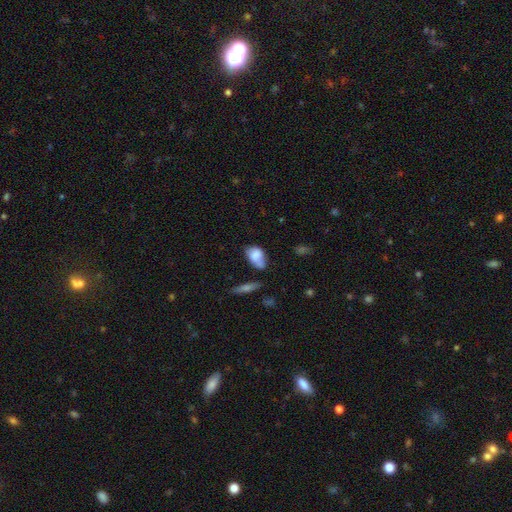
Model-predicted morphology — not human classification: Overall: smooth (76%). How rounded: in between (86%). Merging: none (35%; minor disturbance 29%).